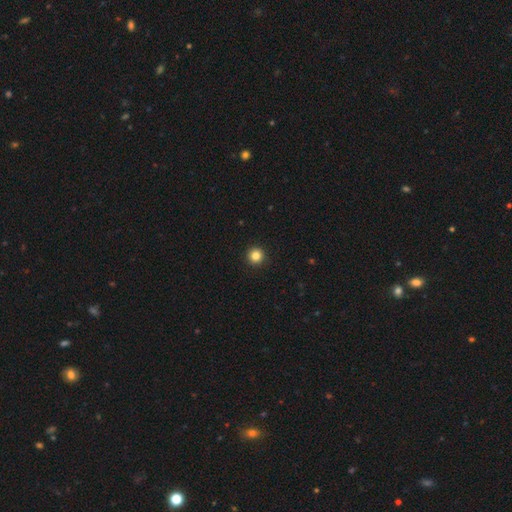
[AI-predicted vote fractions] This appears to be a smooth galaxy with no disk features (85%) that is round (96%). Merging: none (94%).